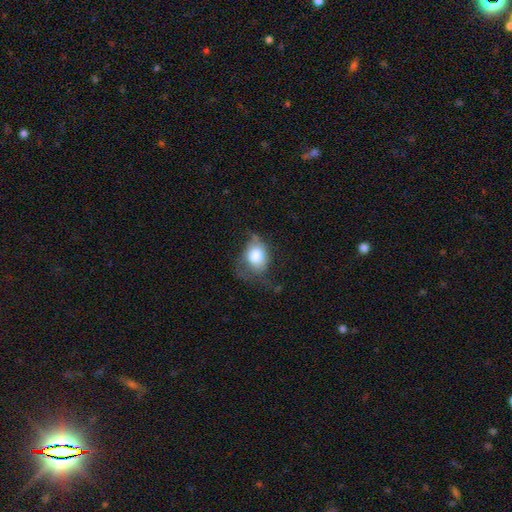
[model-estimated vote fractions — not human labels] Q: Smooth or featured?
A: smooth (72%); runner-up: featured or disk (20%)
Q: How rounded?
A: in between (53%); runner-up: round (46%)
Q: Merging?
A: none (37%); runner-up: minor disturbance (35%)